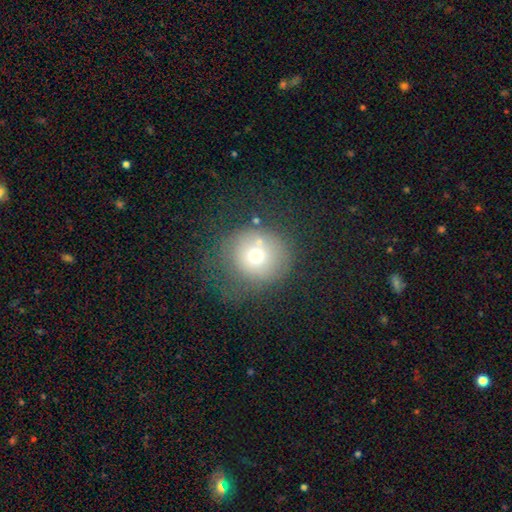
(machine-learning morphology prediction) This appears to be a smooth galaxy with no disk features (66%) that is round (88%). Merging: none (54%).